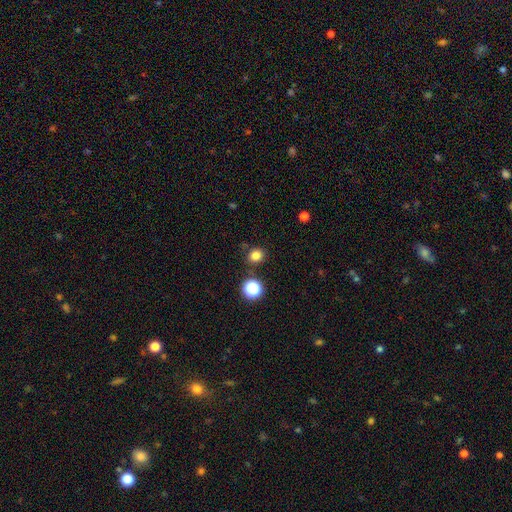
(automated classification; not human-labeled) This is clearly a smooth galaxy (81%). How rounded: likely round (71%). Merging: clearly none (83%).